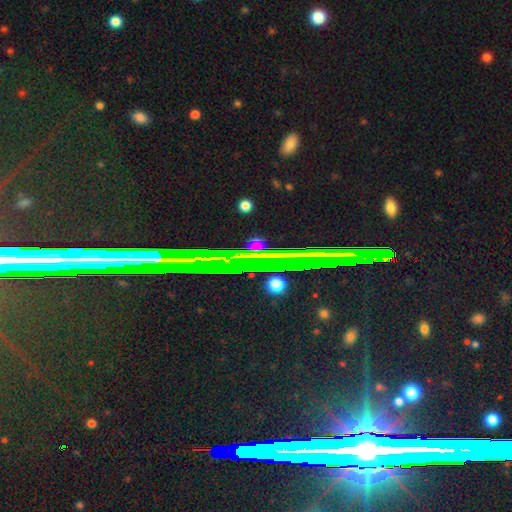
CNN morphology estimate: Smooth or featured? star or artifact (67%)